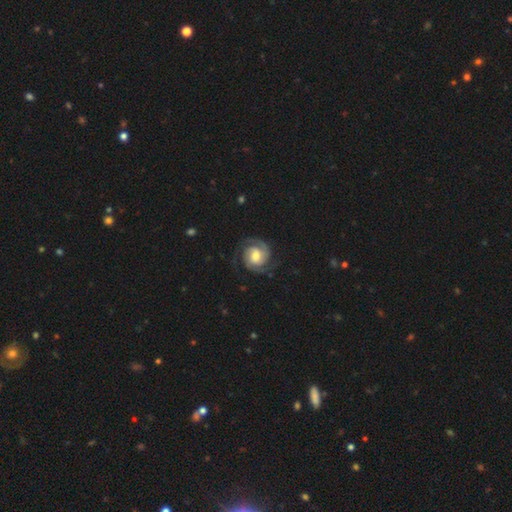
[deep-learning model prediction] Smooth or featured?
  - featured or disk: 86% *
  - smooth: 9%
  - star or artifact: 5%
Edge-on disk?
  - no: 98% *
  - yes: 2%
Bar?
  - no: 46% *
  - weak: 41%
  - strong: 13%
Spiral arms?
  - yes: 98% *
  - no: 2%
Spiral winding?
  - tight: 61% *
  - medium: 33%
  - loose: 7%
Spiral arm count?
  - 2: 79% *
  - 3: 8%
  - can't tell: 6%
  - 1: 3%
  - 4: 2%
  - more than 4: 2%
Bulge size?
  - moderate: 65% *
  - large: 17%
  - small: 15%
  - none: 2%
  - dominant: 2%
Merging?
  - none: 79% *
  - minor disturbance: 13%
  - major disturbance: 6%
  - merger: 1%